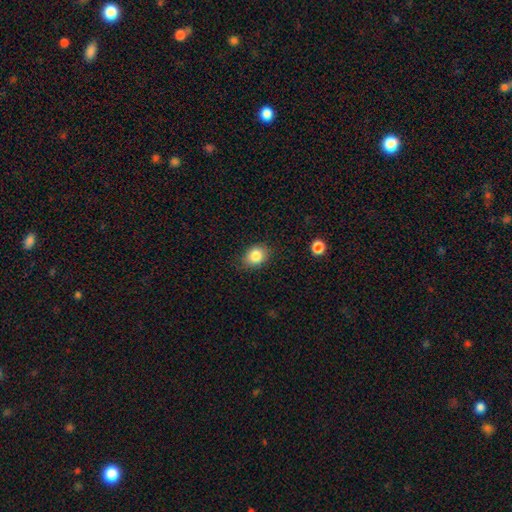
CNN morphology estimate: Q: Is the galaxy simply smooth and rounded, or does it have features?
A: smooth — 85%.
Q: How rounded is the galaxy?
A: in between — 52%.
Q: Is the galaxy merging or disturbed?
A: none — 79%.